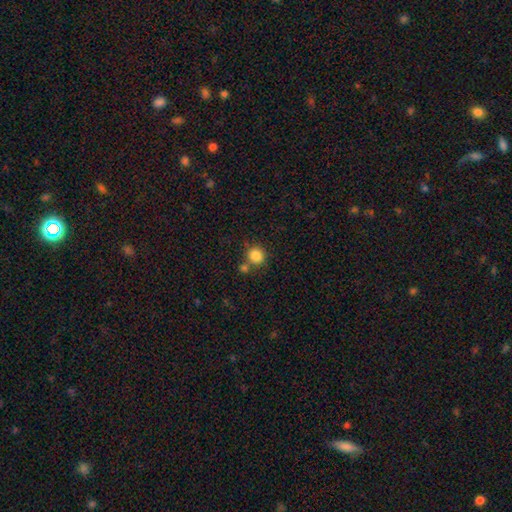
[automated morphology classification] This is clearly a smooth galaxy (85%). How rounded: clearly round (88%). Merging: likely none (69%).